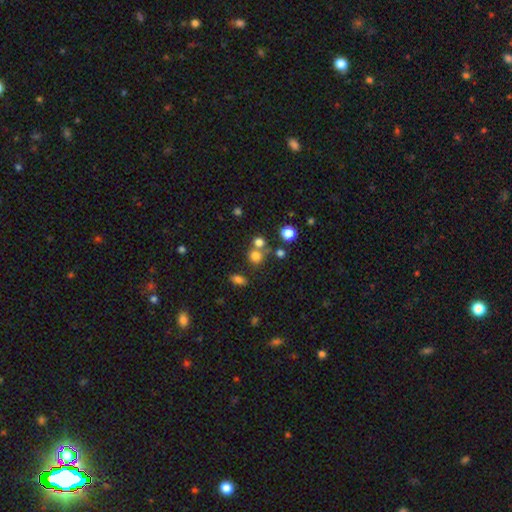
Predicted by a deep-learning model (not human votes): The model was most divided on "merging": none: 58%, merger: 30%, minor disturbance: 9%, major disturbance: 4%. More confident: how rounded — round (82%); smooth or featured — smooth (74%).